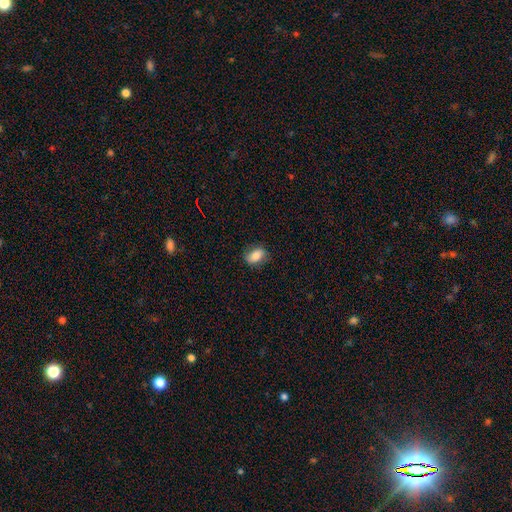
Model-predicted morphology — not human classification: smooth-or-featured: smooth: 79% | featured or disk: 13% | star or artifact: 8%
  how-rounded: in between: 82% | round: 15% | cigar-shaped: 3%
  merging: none: 81% | minor disturbance: 15% | major disturbance: 3% | merger: 1%